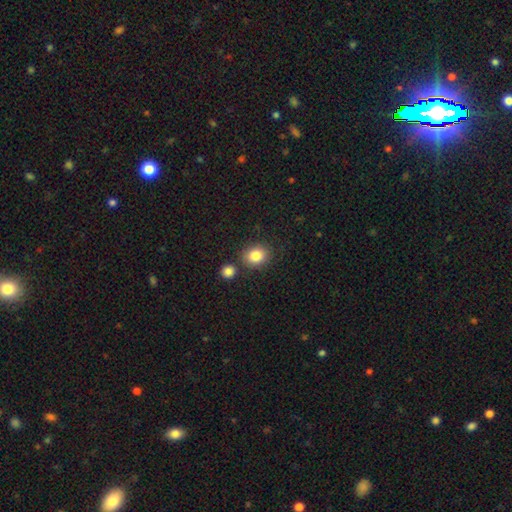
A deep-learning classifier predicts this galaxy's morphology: Smooth or featured?
  - smooth: 84% *
  - star or artifact: 10%
  - featured or disk: 6%
How rounded?
  - round: 61% *
  - in between: 38%
  - cigar-shaped: 1%
Merging?
  - none: 76% *
  - merger: 11%
  - minor disturbance: 11%
  - major disturbance: 3%